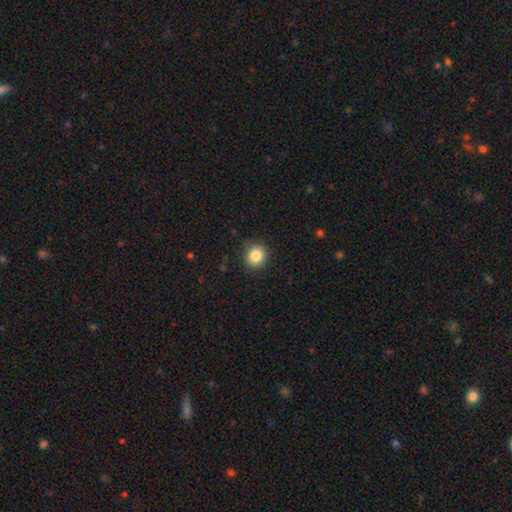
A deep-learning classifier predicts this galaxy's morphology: This appears to be a smooth galaxy with no disk features (85%) that is round (88%). Merging: none (86%).